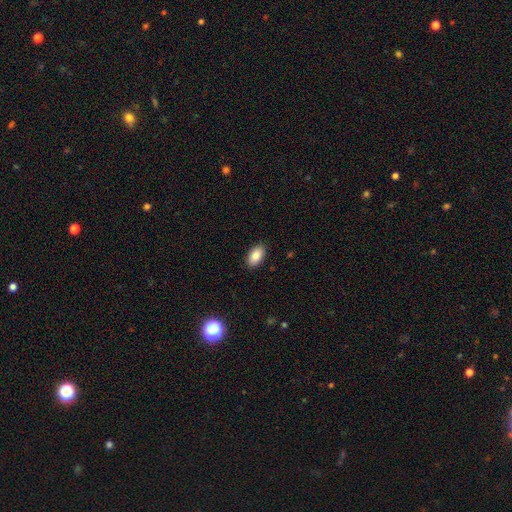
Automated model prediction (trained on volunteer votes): smooth 86%, star or artifact 8%, featured or disk 6%. Down the decision tree: how rounded — in between (92%); merging — none (89%).